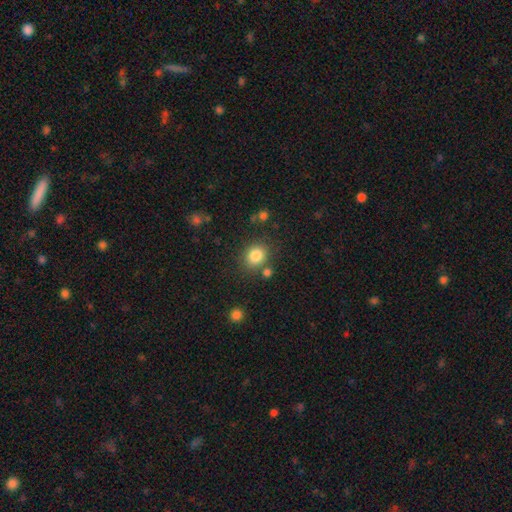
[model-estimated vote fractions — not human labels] Overall: smooth (83%). How rounded: round (69%; in between 30%). Merging: none (78%).